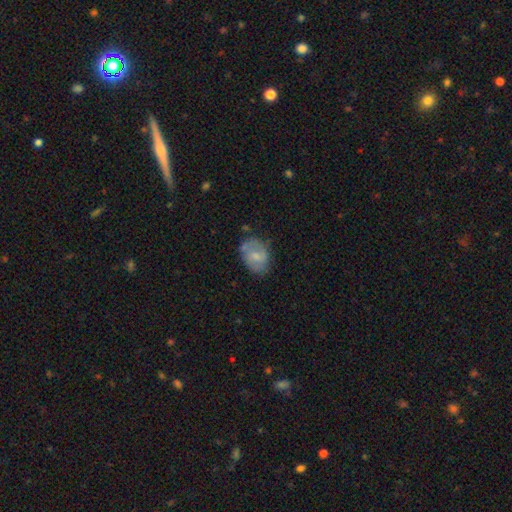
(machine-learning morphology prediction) smooth 56%, featured or disk 37%, star or artifact 7%. Down the decision tree: how rounded — in between (67%); merging — none (60%).